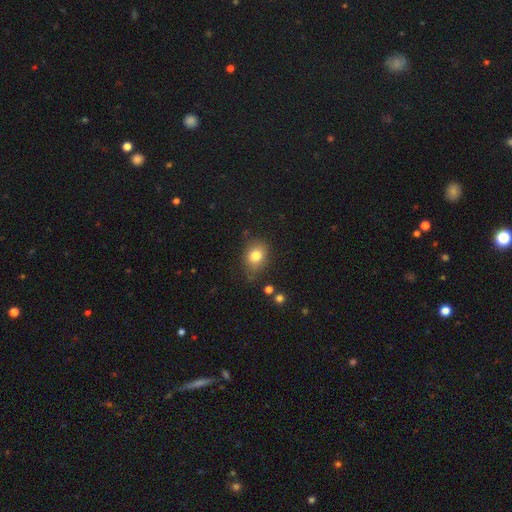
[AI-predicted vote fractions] smooth 80%, star or artifact 11%, featured or disk 10%. Down the decision tree: how rounded — in between (58%); merging — none (70%).